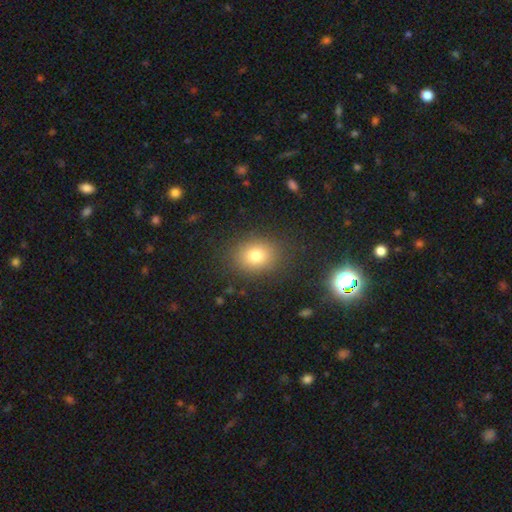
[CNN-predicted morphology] smooth 79%, star or artifact 12%, featured or disk 9%. Down the decision tree: how rounded — round (52%); merging — none (85%).